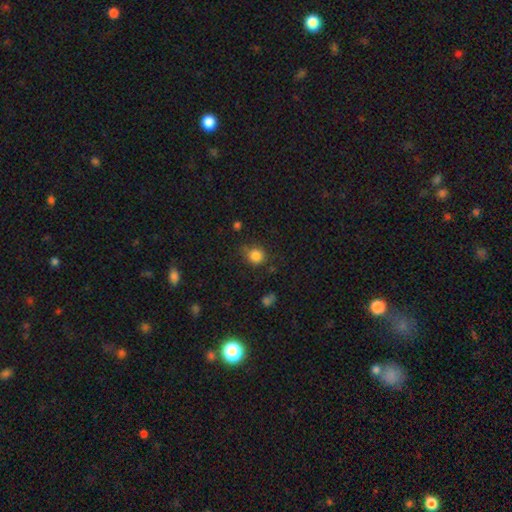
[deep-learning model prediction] The model was most divided on "merging": none: 67%, minor disturbance: 23%, major disturbance: 7%, merger: 4%. More confident: how rounded — round (84%); smooth or featured — smooth (84%).